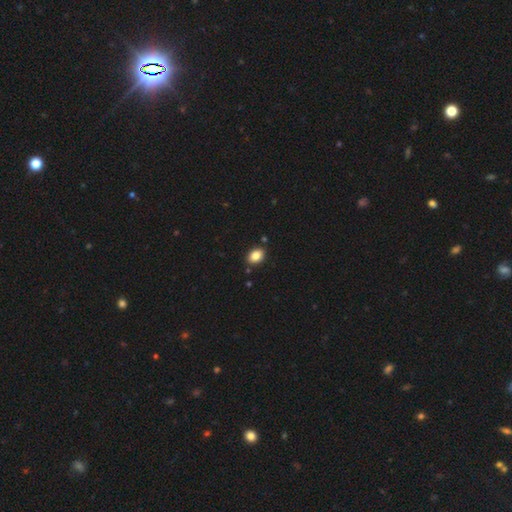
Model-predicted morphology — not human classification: smooth 85%, star or artifact 9%, featured or disk 6%. Down the decision tree: how rounded — in between (77%); merging — none (87%).